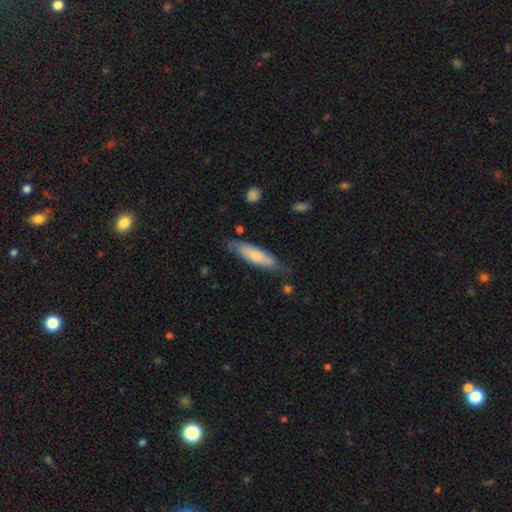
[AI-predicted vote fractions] Smooth or featured: smooth — 69% (featured or disk — 26%)
How rounded: cigar-shaped — 65% (in between — 33%)
Merging: none — 73% (minor disturbance — 21%)